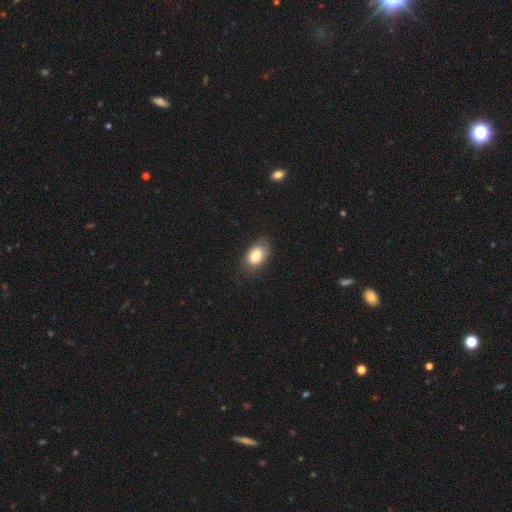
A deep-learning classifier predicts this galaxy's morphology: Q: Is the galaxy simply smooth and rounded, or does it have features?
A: smooth — 79%.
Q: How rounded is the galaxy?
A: in between — 88%.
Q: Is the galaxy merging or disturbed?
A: none — 72%.